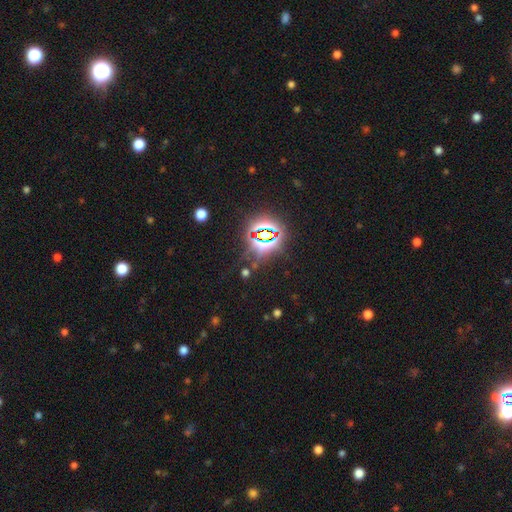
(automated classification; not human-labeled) A star or artifact, not a galaxy (83%).